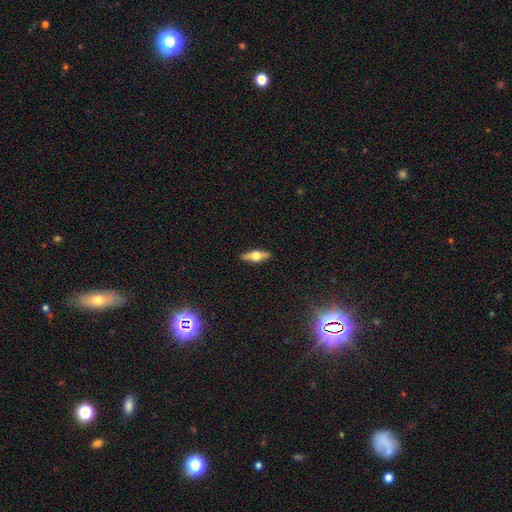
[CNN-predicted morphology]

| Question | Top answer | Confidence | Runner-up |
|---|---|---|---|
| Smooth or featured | featured or disk | 58% | smooth (35%) |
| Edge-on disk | yes | 93% | no (7%) |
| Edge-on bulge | rounded | 95% | boxy (3%) |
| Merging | none | 90% | minor disturbance (7%) |